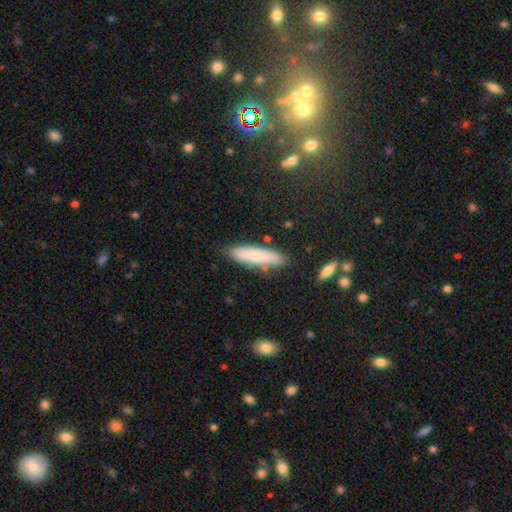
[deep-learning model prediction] This appears to be a smooth galaxy with no disk features (76%) that is cigar-shaped (74%). Merging: none (82%).